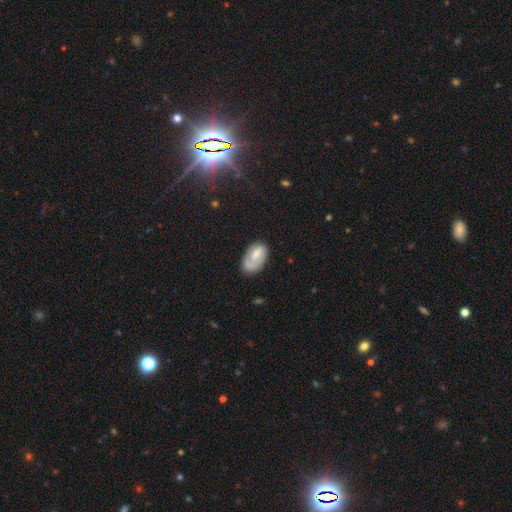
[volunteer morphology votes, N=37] Q: Smooth or featured?
A: smooth (49%); runner-up: featured or disk (46%)
Q: How rounded?
A: in between (89%); runner-up: round (11%)
Q: Merging?
A: none (66%); runner-up: minor disturbance (17%)